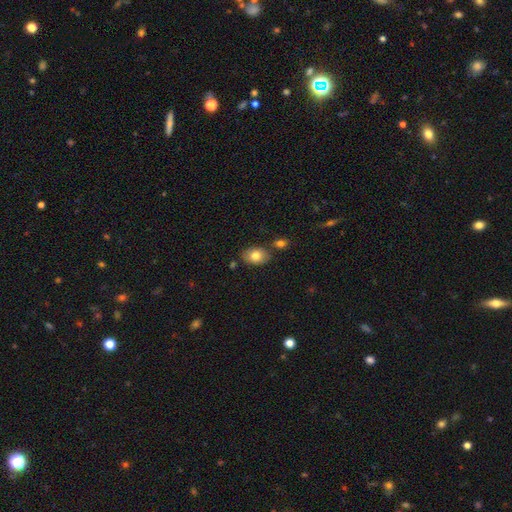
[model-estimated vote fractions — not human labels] A smooth galaxy with no disk features (79%) that is in between round and cigar-shaped (82%).

Vote fractions:
- Smooth or featured? smooth: 79% / featured or disk: 13% / star or artifact: 8%
- How rounded? in between: 82% / round: 17% / cigar-shaped: 1%
- Merging? none: 78% / minor disturbance: 12% / merger: 8% / major disturbance: 3%